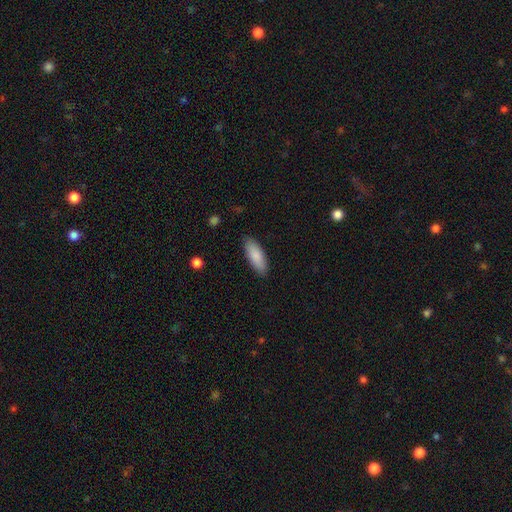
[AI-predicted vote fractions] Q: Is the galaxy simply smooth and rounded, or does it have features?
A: smooth — 86%.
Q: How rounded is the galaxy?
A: in between — 68%.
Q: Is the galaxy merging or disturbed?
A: none — 87%.